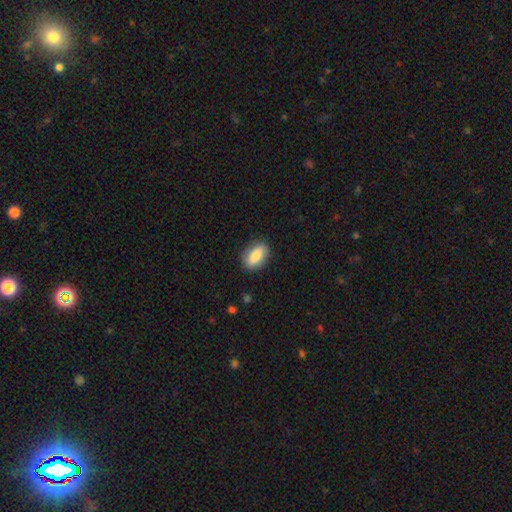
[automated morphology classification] Smooth or featured? smooth (82%)
How rounded? in between (88%)
Merging? none (86%)